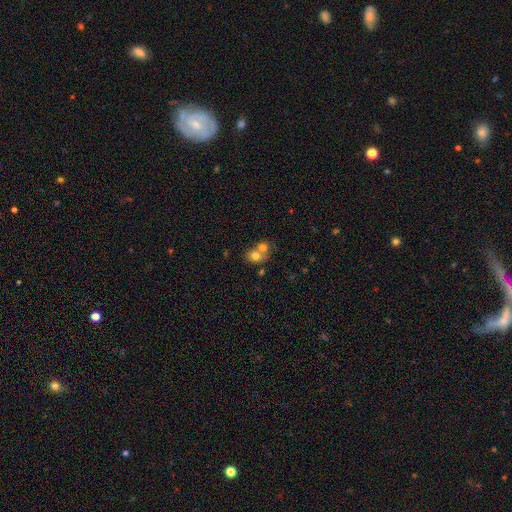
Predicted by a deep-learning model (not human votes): Smooth or featured: smooth — 73% (featured or disk — 17%)
How rounded: round — 62% (in between — 37%)
Merging: merger — 63% (none — 28%)